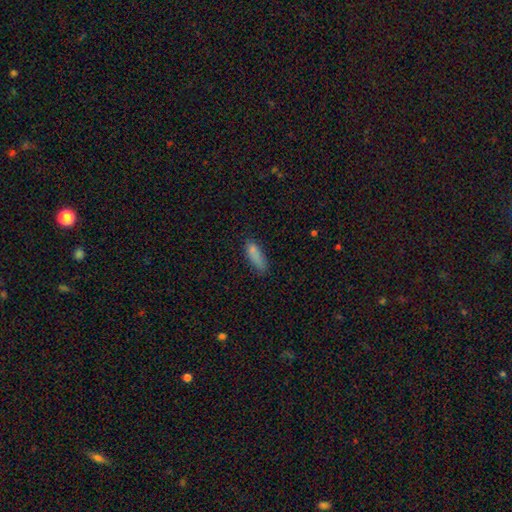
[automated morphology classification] Overall: smooth (80%). How rounded: cigar-shaped (61%; in between 36%). Merging: none (77%).